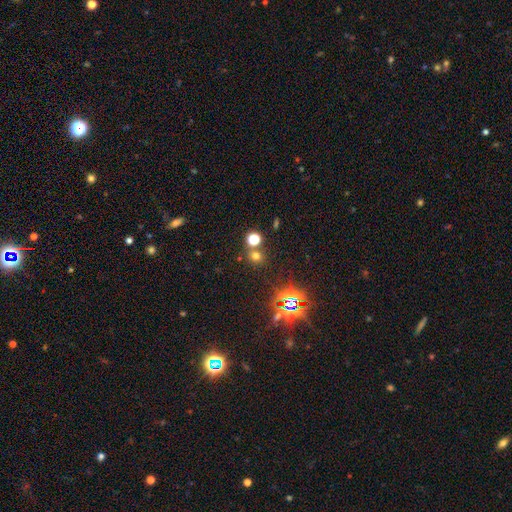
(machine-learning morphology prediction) Smooth or featured?
  - smooth: 58% *
  - star or artifact: 34%
  - featured or disk: 7%
How rounded?
  - round: 81% *
  - in between: 18%
  - cigar-shaped: 1%
Merging?
  - none: 72% *
  - merger: 17%
  - minor disturbance: 7%
  - major disturbance: 3%